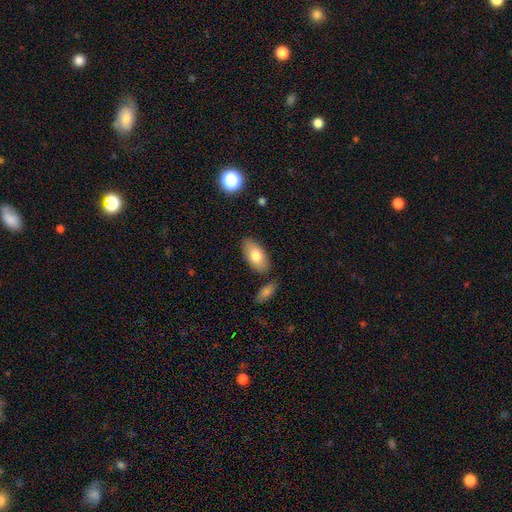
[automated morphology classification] Overall: smooth (78%). How rounded: in between (93%). Merging: none (80%).